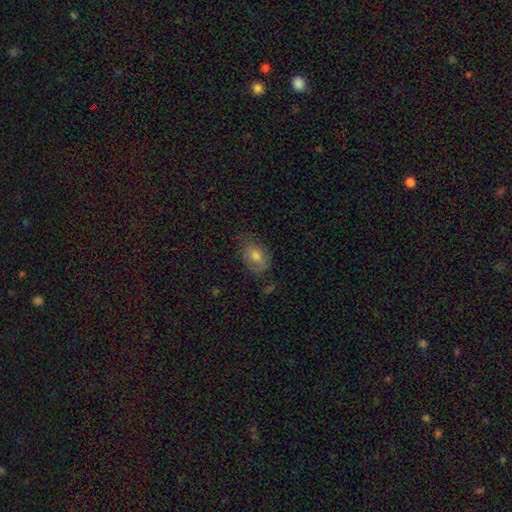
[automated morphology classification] Q: Smooth or featured?
A: smooth (65%); runner-up: featured or disk (26%)
Q: How rounded?
A: in between (80%); runner-up: round (19%)
Q: Merging?
A: none (64%); runner-up: minor disturbance (25%)